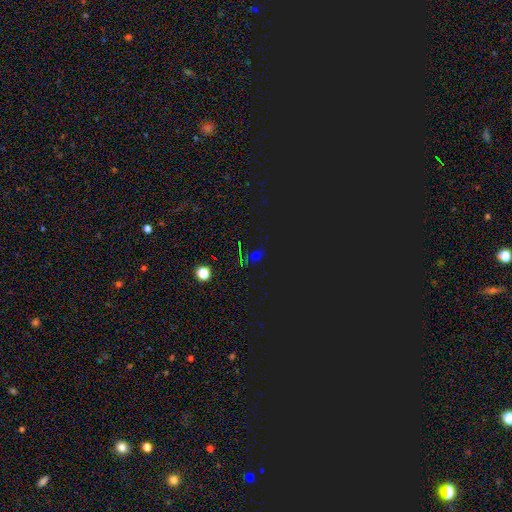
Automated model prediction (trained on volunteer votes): Smooth or featured: star or artifact — 64% (smooth — 29%)